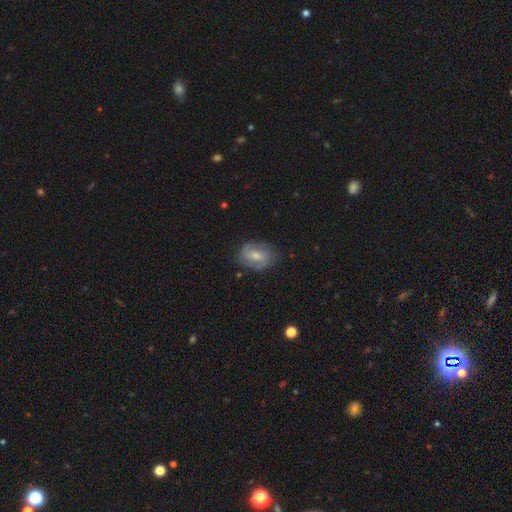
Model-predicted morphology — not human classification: This appears to be a featured or disk galaxy (51%). Merging: none (73%).